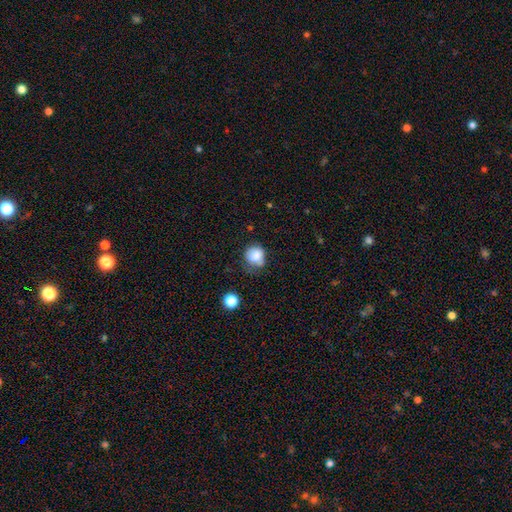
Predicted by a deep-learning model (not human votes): Overall: smooth (82%). How rounded: round (81%). Merging: none (51%; minor disturbance 31%).